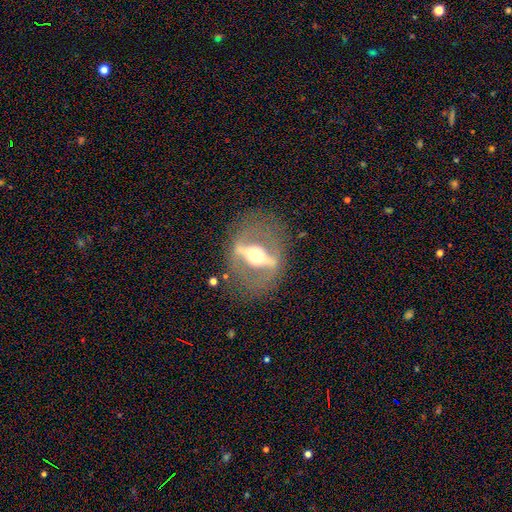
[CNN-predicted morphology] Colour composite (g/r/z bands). It shows a featured or disk galaxy (83%). Merging: none (75%).